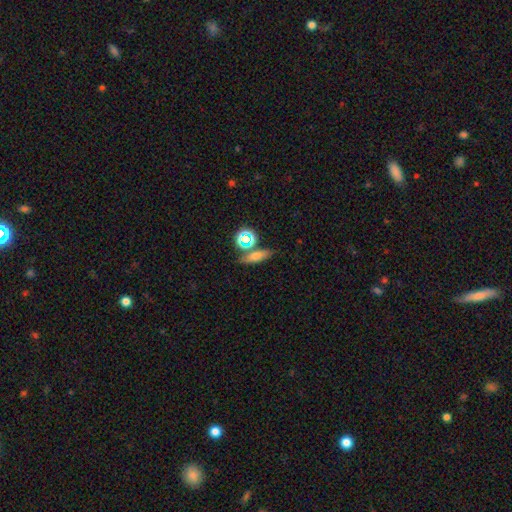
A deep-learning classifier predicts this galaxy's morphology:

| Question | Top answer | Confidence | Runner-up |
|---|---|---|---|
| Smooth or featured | smooth | 62% | featured or disk (20%) |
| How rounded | cigar-shaped | 49% | in between (36%) |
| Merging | none | 70% | merger (14%) |